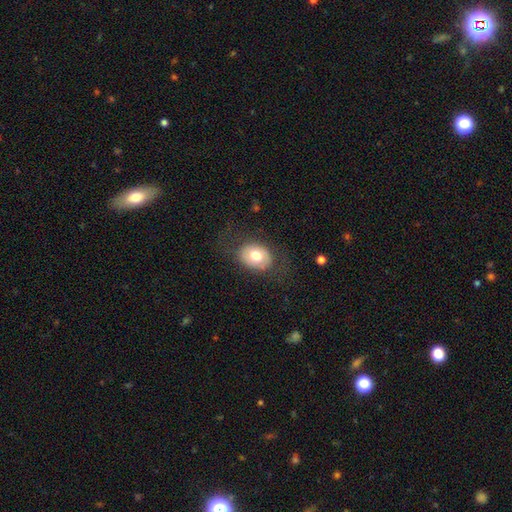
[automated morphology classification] smooth-or-featured: smooth: 69% | featured or disk: 23% | star or artifact: 8%
  how-rounded: in between: 65% | round: 34% | cigar-shaped: 1%
  merging: none: 73% | minor disturbance: 15% | major disturbance: 10% | merger: 1%